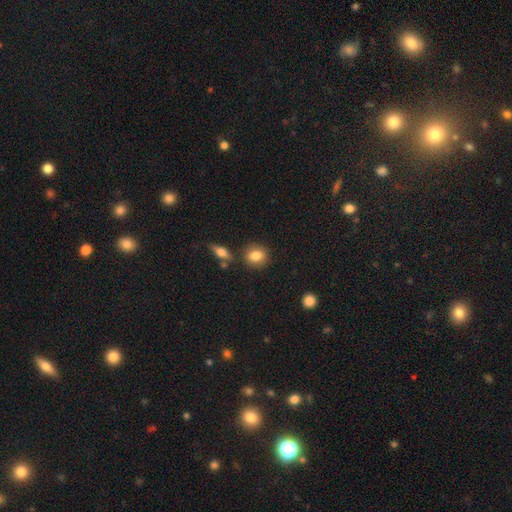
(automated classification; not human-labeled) A smooth galaxy with no disk features (84%) that is round (58%). Merging: none (79%).